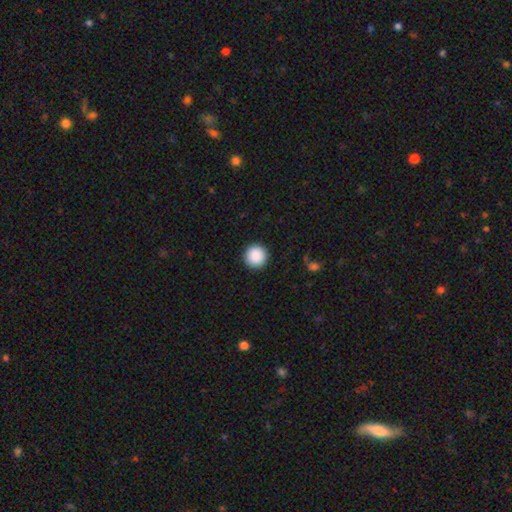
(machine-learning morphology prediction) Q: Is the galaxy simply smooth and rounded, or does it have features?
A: smooth — 90%.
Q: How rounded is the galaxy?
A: round — 96%.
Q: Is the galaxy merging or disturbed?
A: none — 93%.